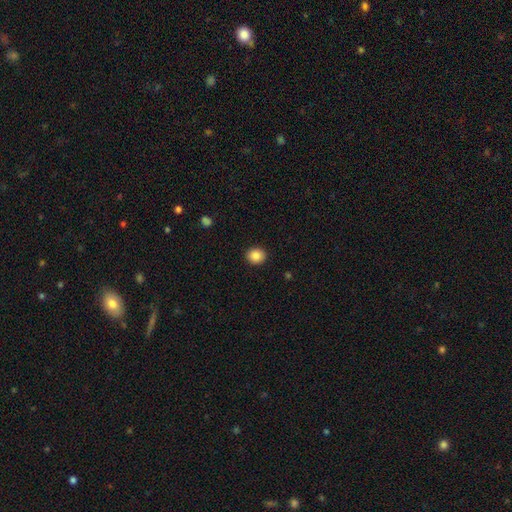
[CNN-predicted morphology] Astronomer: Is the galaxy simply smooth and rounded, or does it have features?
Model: smooth — 87%.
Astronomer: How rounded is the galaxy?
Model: round — 72%.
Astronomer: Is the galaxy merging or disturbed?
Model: none — 91%.